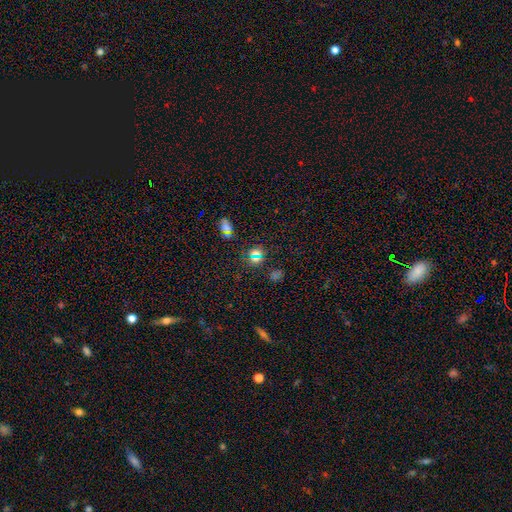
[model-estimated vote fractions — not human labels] Overall: star or artifact (52%; smooth 39%).